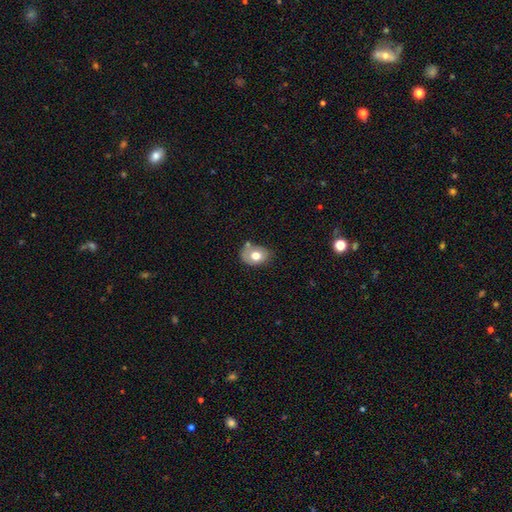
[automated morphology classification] type=smooth (71%); roundness=in between (67%); merging=none (54%).